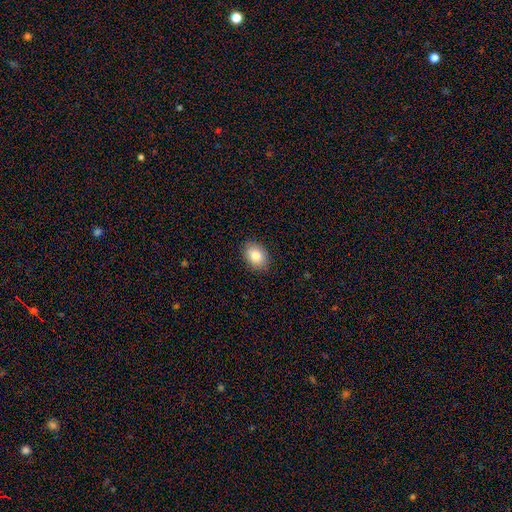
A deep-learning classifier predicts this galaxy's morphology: This is clearly a smooth galaxy (84%). How rounded: likely in between (76%). Merging: clearly none (89%).